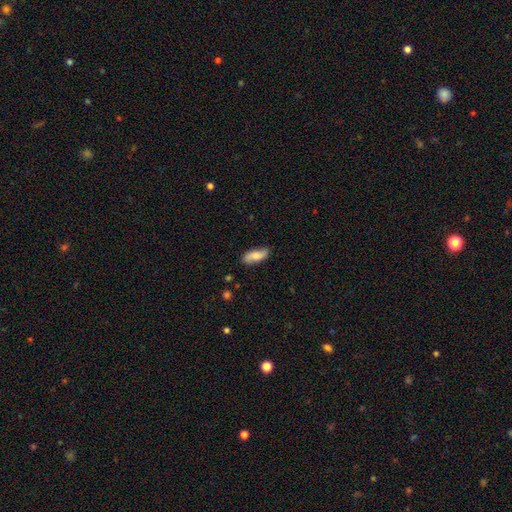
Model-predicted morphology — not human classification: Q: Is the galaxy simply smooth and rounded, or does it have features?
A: smooth — 65%.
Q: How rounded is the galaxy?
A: in between — 78%.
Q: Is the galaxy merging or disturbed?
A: none — 80%.